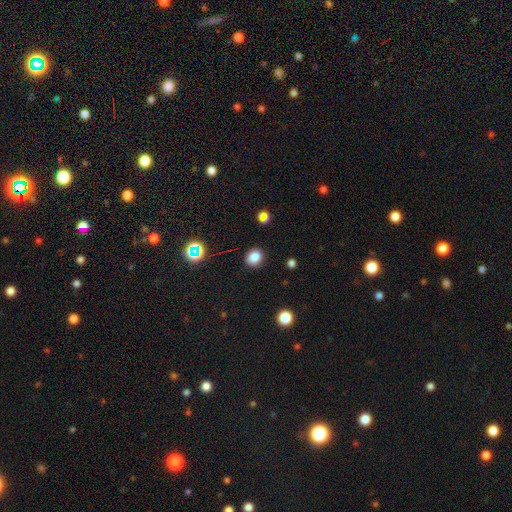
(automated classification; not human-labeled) The model was most divided on "how rounded": round: 70%, in between: 29%, cigar-shaped: 1%. More confident: merging — none (87%); smooth or featured — smooth (81%).